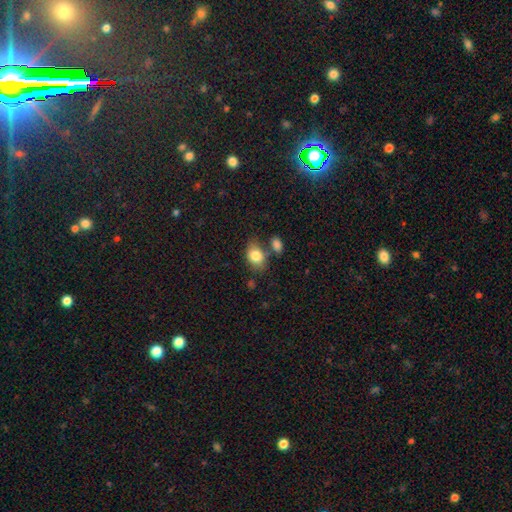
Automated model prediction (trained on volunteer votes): smooth-or-featured: smooth: 83% | featured or disk: 9% | star or artifact: 8%
  how-rounded: in between: 74% | round: 25% | cigar-shaped: 1%
  merging: none: 59% | minor disturbance: 18% | merger: 18% | major disturbance: 5%